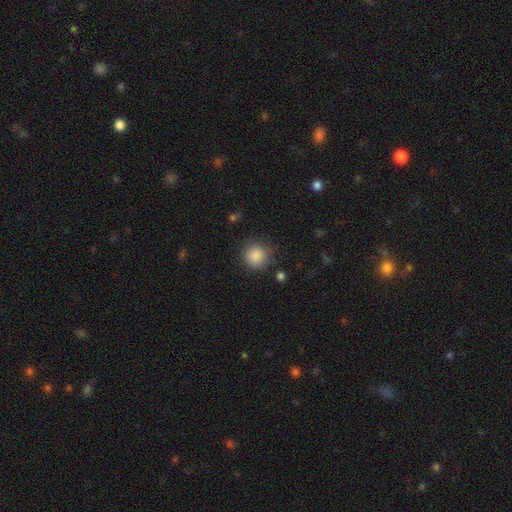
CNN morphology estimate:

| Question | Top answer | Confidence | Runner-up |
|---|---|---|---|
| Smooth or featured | smooth | 87% | star or artifact (9%) |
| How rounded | round | 92% | in between (7%) |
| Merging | none | 83% | minor disturbance (11%) |